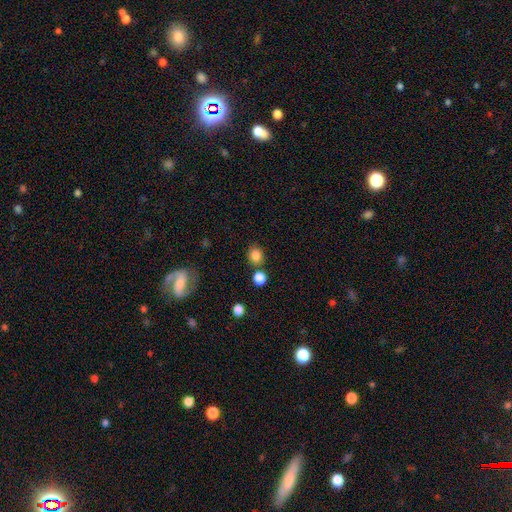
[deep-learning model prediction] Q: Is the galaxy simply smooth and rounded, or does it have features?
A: smooth — 83%.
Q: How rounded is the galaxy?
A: round — 73%.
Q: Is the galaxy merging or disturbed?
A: none — 75%.